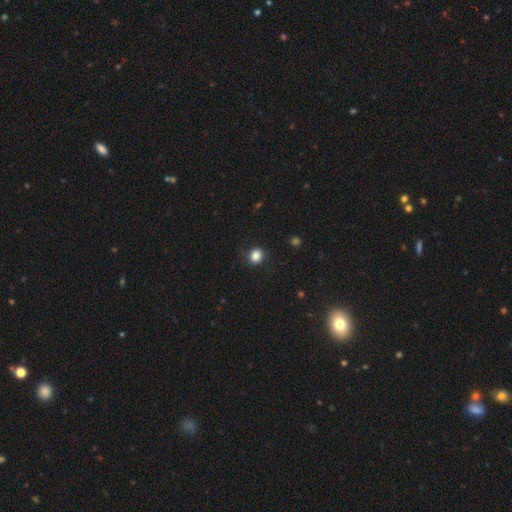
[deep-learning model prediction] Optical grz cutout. It shows a smooth galaxy with no disk features (86%) that is round (65%). Merging: none (85%).